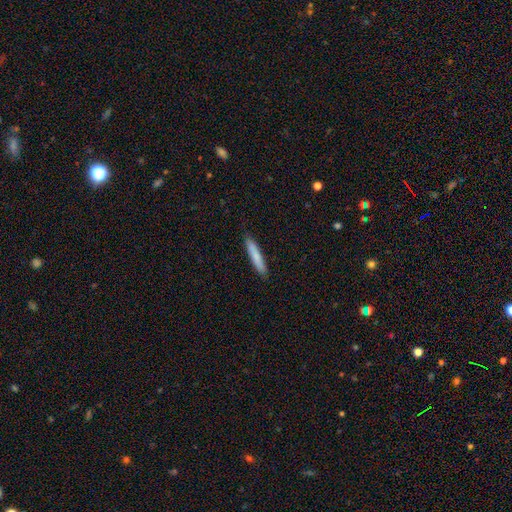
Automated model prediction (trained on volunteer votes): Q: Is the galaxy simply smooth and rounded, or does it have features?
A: smooth — 80%.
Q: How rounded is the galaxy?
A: cigar-shaped — 93%.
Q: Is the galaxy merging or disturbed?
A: none — 90%.